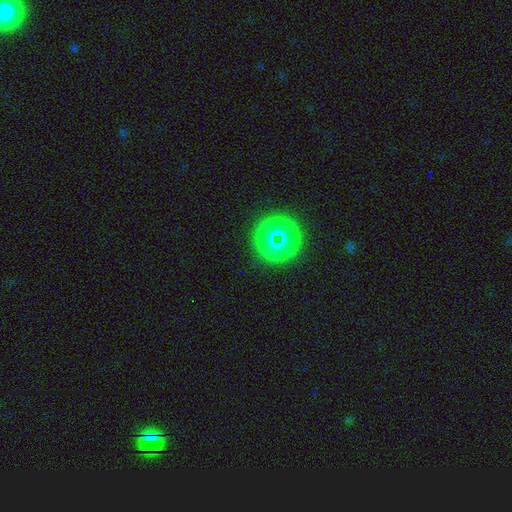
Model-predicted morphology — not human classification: This is likely a star or artifact rather than a galaxy (76%).